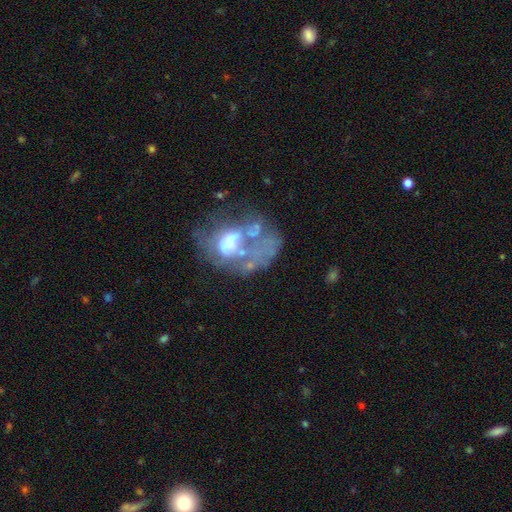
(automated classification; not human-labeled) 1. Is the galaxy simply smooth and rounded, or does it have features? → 61% featured or disk, 25% smooth, 14% star or artifact.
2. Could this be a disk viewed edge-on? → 97% no, 3% yes.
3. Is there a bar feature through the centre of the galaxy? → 81% no, 15% weak, 5% strong.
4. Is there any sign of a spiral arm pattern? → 86% no, 14% yes.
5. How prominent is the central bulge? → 37% moderate, 30% none, 18% small, 12% large, 3% dominant.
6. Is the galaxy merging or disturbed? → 41% major disturbance, 26% merger, 21% none, 12% minor disturbance.